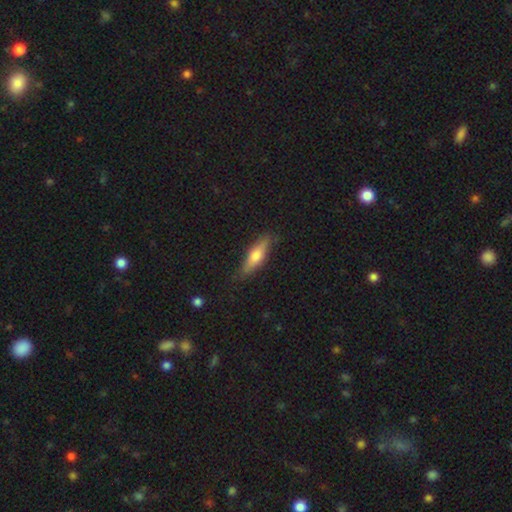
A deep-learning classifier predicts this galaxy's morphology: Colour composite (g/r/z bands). It shows a smooth galaxy with no disk features (56%) that is cigar-shaped (65%). Merging: none (82%).